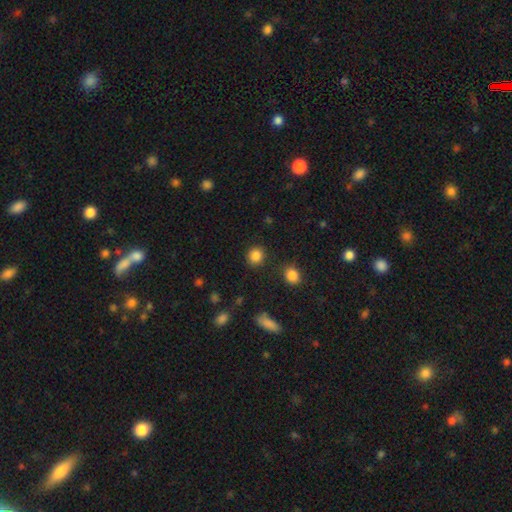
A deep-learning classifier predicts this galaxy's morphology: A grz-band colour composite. It shows a smooth galaxy with no disk features (86%) that is round (85%). Merging: none (88%).